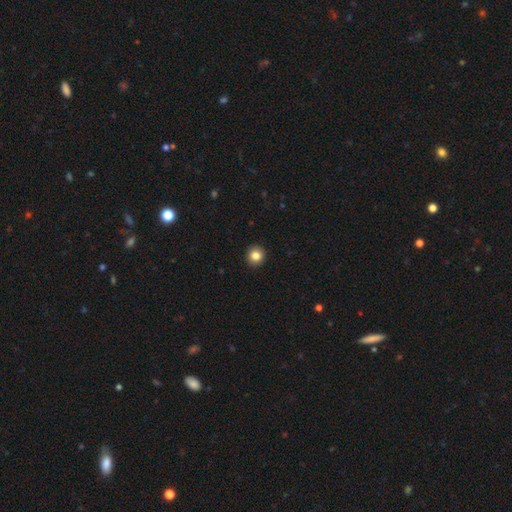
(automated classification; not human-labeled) smooth_or_featured: smooth (p=0.84) [alt: star or artifact p=0.10]
how_rounded: round (p=0.92) [alt: in between p=0.07]
merging: none (p=0.93) [alt: minor disturbance p=0.05]